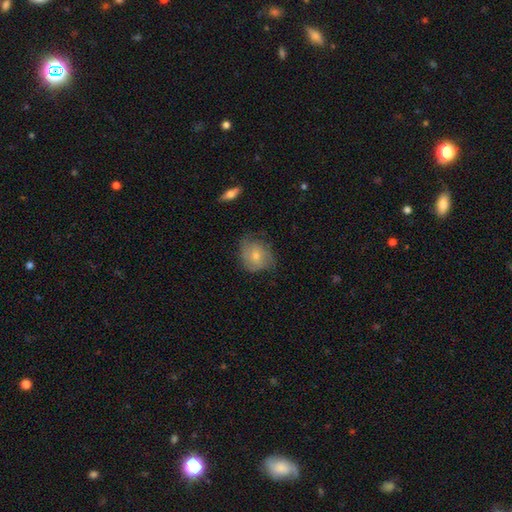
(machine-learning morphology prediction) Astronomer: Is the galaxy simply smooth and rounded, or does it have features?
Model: smooth — 50% (runner-up: featured or disk, 43%).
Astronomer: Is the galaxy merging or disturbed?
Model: none — 58%.